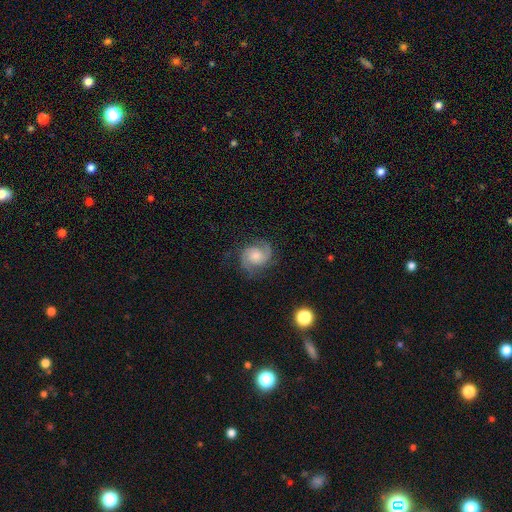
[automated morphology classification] featured or disk 85%, smooth 9%, star or artifact 6%. Down the decision tree: edge-on disk — no (98%); bar — no (66%); spiral arms — yes (98%); spiral arm count — 2 (90%); spiral winding — medium (51%); bulge size — moderate (40%); merging — none (77%).